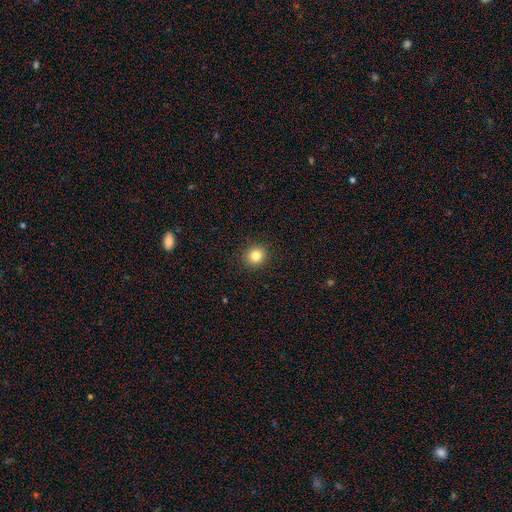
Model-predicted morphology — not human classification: The model was most divided on "smooth or featured": smooth: 83%, star or artifact: 11%, featured or disk: 6%. More confident: merging — none (92%); how rounded — round (88%).